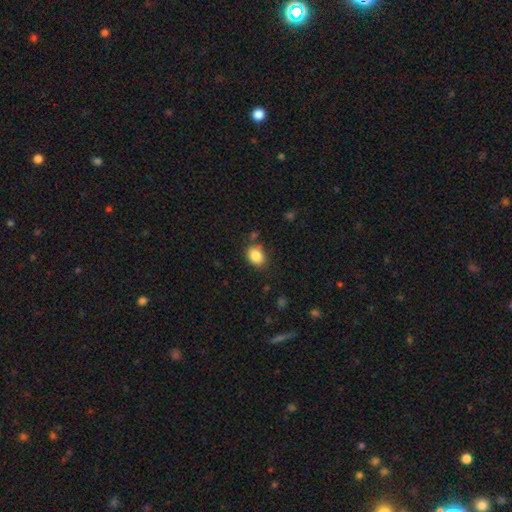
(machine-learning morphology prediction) Smooth or featured? Predicted: smooth (p=0.86). How rounded? Predicted: in between (p=0.65). Merging? Predicted: none (p=0.75).